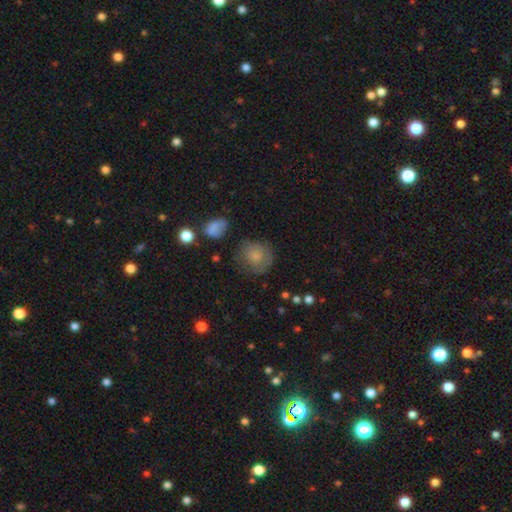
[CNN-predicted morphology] A smooth galaxy with no disk features (73%) that is round (84%). Merging: none (66%).